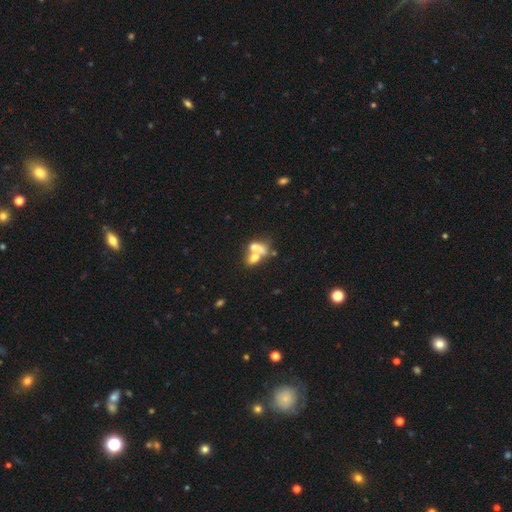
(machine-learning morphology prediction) smooth 64%, featured or disk 25%, star or artifact 11%. Down the decision tree: how rounded — in between (75%); merging — merger (67%).